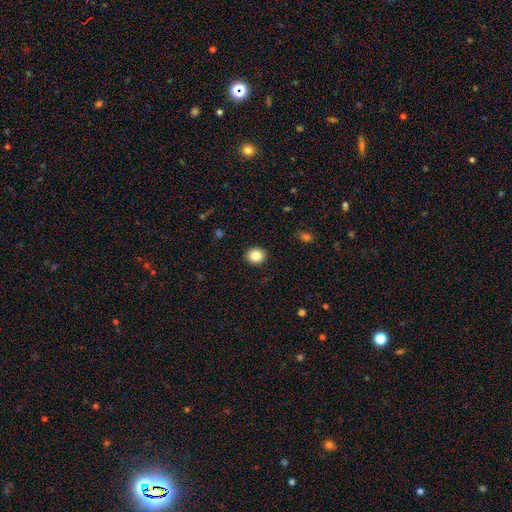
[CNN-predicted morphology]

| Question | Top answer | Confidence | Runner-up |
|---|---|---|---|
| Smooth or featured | smooth | 84% | star or artifact (10%) |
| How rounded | round | 82% | in between (17%) |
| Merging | none | 92% | minor disturbance (5%) |